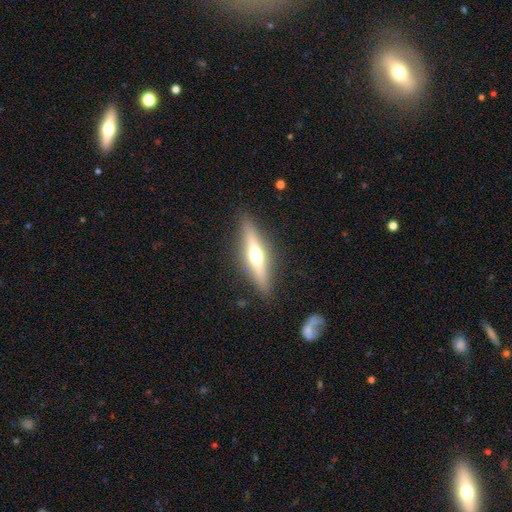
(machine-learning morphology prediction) Overall: featured or disk (64%; smooth 30%). Edge-on disk: yes (94%). Edge-on bulge: rounded (94%). Merging: none (89%).